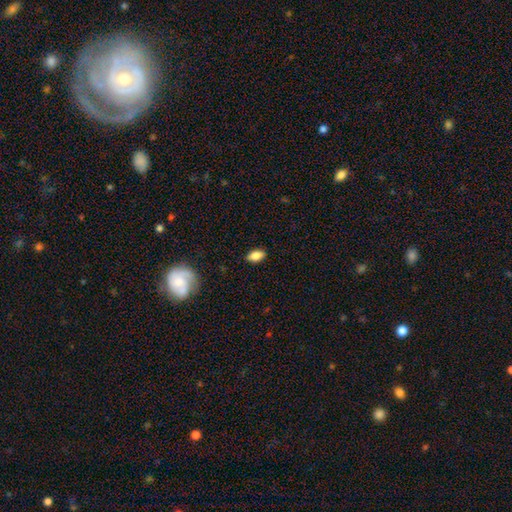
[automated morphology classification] smooth_or_featured: smooth (p=0.84) [alt: star or artifact p=0.08]
how_rounded: in between (p=0.91) [alt: round p=0.05]
merging: none (p=0.87) [alt: minor disturbance p=0.09]